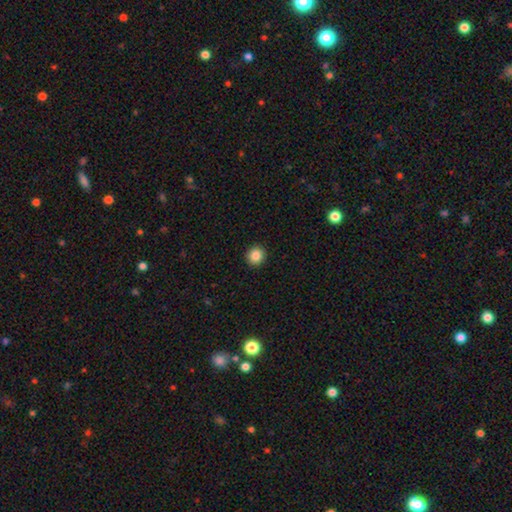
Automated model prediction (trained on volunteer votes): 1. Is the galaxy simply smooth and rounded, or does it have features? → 85% smooth, 10% star or artifact, 5% featured or disk.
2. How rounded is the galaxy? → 93% round, 6% in between, 1% cigar-shaped.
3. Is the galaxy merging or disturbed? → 93% none, 5% minor disturbance, 2% major disturbance, 1% merger.